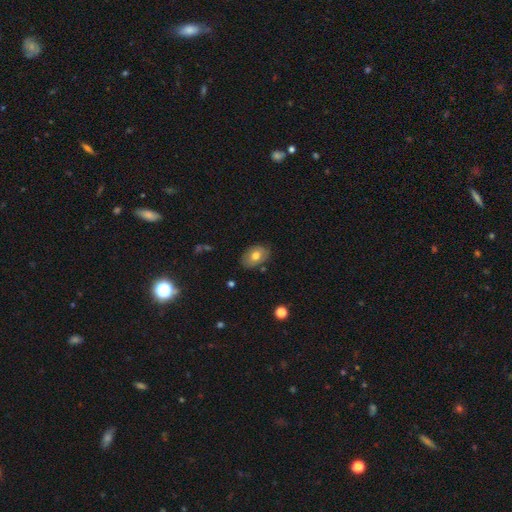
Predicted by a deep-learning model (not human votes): A smooth galaxy with no disk features (67%) that is in between round and cigar-shaped (84%). Merging: none (80%).